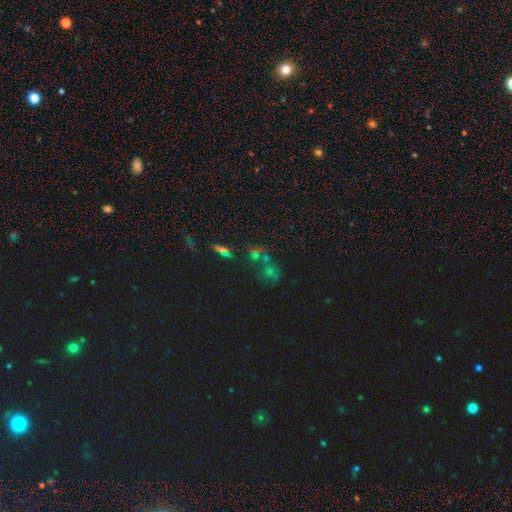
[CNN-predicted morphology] smooth_or_featured: star or artifact (p=0.43) [alt: smooth p=0.34]